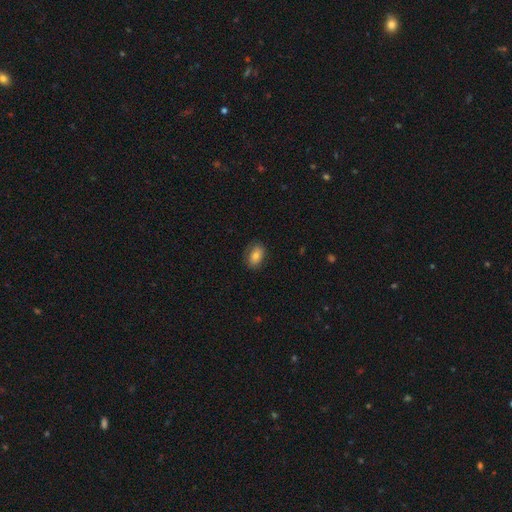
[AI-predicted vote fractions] Smooth or featured: smooth — 77% (featured or disk — 15%)
How rounded: in between — 84% (round — 14%)
Merging: none — 80% (minor disturbance — 15%)